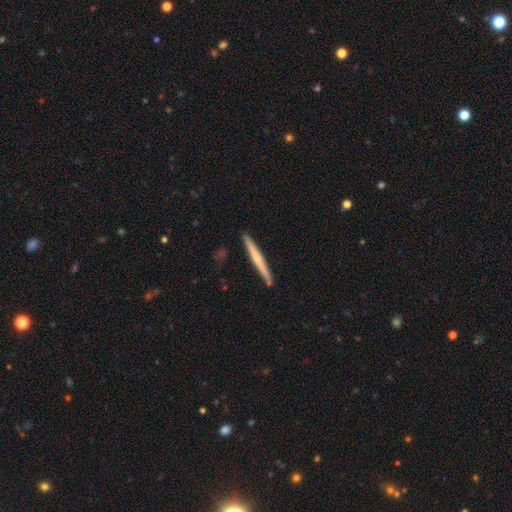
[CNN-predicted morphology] This appears to be a featured or disk galaxy (50%). Merging: none (91%).